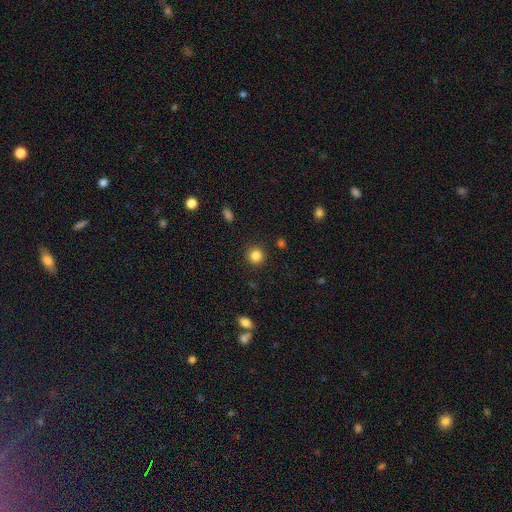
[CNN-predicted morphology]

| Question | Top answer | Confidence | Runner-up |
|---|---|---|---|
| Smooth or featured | smooth | 85% | star or artifact (11%) |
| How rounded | round | 93% | in between (6%) |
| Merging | none | 91% | minor disturbance (6%) |